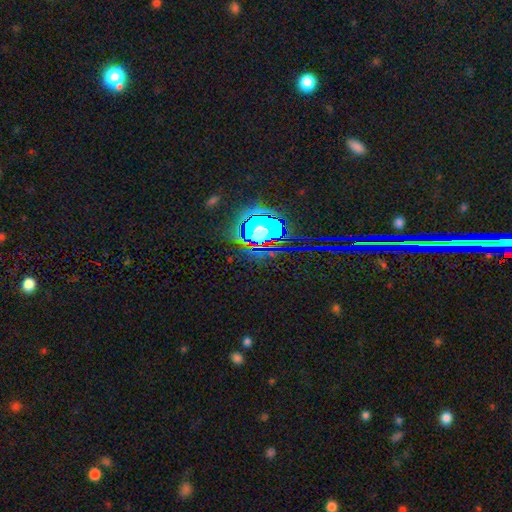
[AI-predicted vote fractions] Morphology: type=star or artifact (82%).